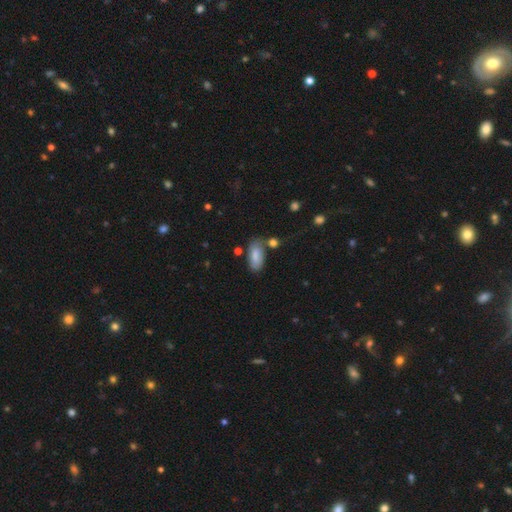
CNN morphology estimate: smooth 82%, featured or disk 11%, star or artifact 7%. Down the decision tree: how rounded — in between (89%); merging — none (66%).